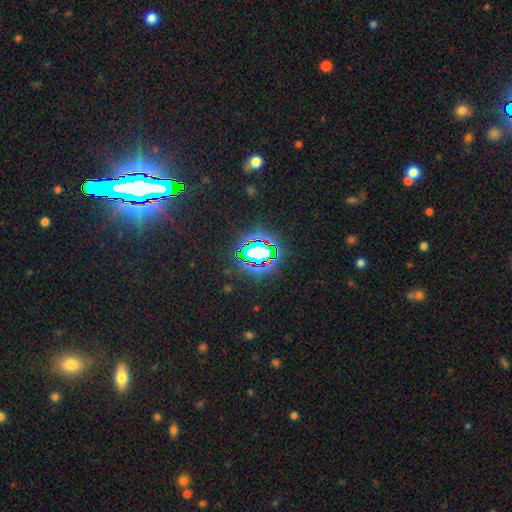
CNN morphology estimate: Overall: star or artifact (76%).